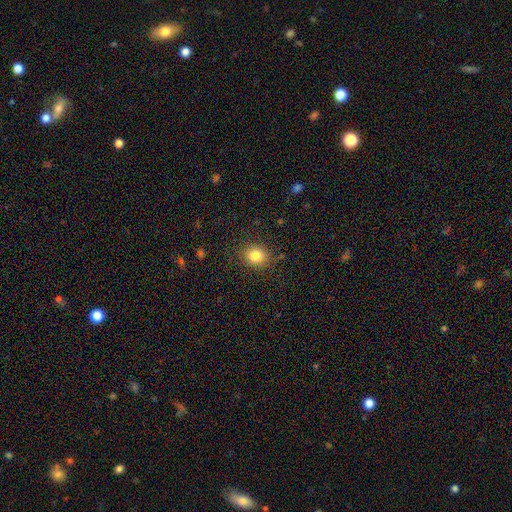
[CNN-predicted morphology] This is clearly a smooth galaxy (83%). How rounded: likely round (71%). Merging: clearly none (86%).